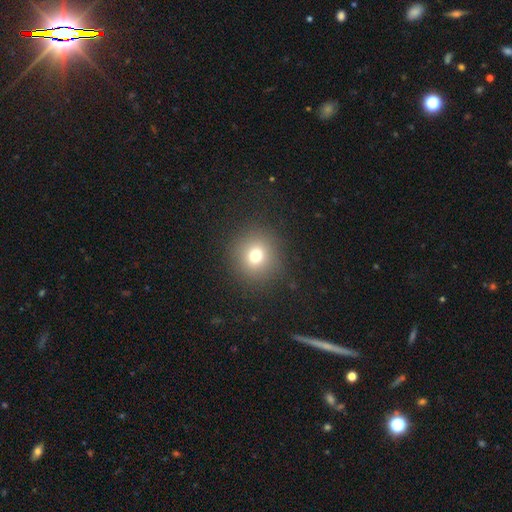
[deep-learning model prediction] This is likely a smooth galaxy (73%). How rounded: clearly round (92%). Merging: clearly none (89%).